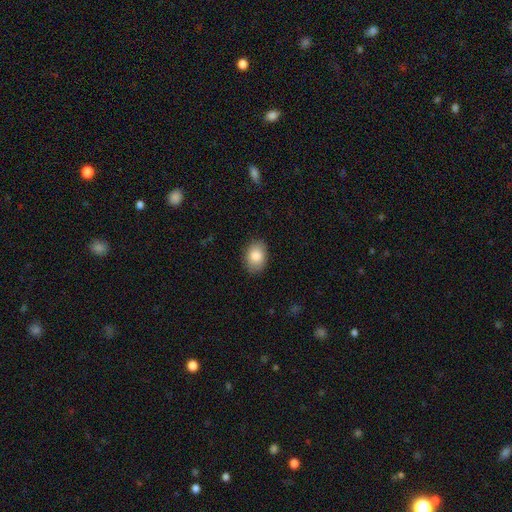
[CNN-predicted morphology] This is clearly a smooth galaxy (86%). How rounded: likely in between (79%). Merging: clearly none (86%).